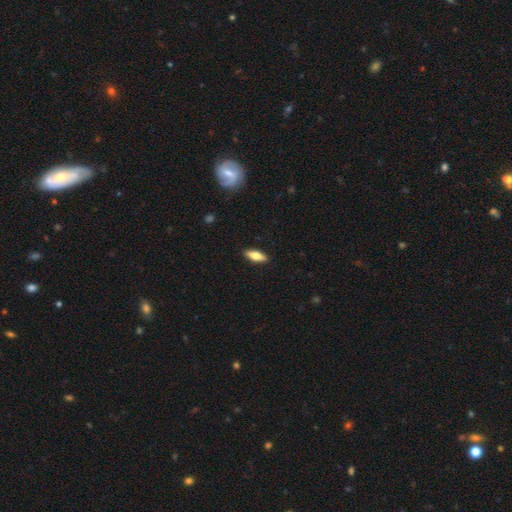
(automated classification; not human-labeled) This is likely a smooth galaxy (71%). How rounded: likely in between (66%). Merging: clearly none (90%).